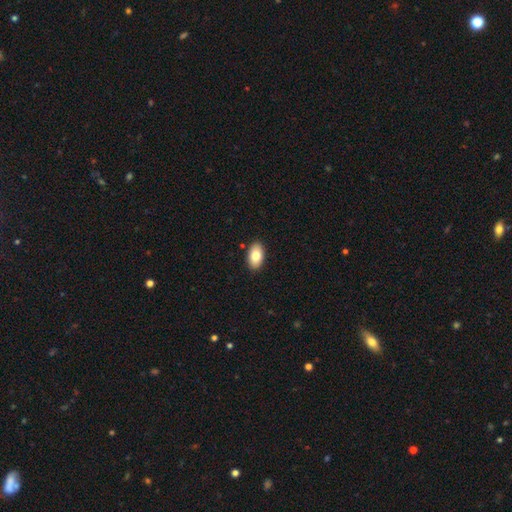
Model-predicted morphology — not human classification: Smooth or featured: smooth — 80% (featured or disk — 13%)
How rounded: in between — 93% (round — 5%)
Merging: none — 90% (minor disturbance — 8%)